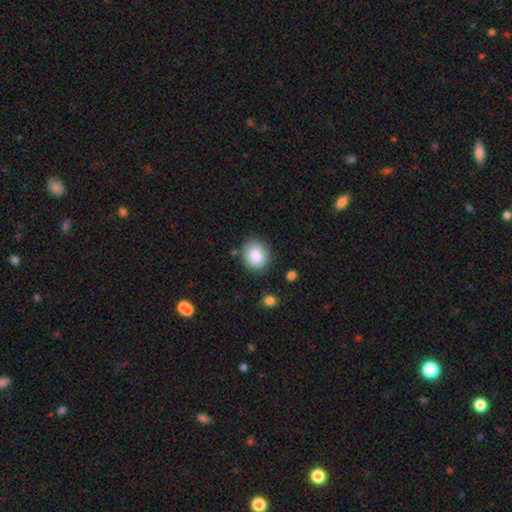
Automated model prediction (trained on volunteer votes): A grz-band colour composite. It shows a smooth galaxy with no disk features (86%) that is round (67%). Merging: none (83%).